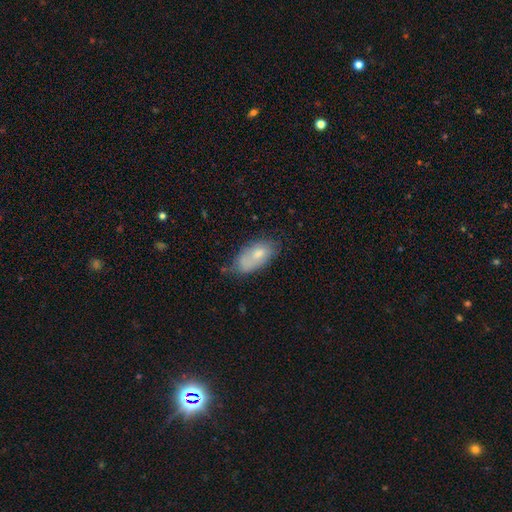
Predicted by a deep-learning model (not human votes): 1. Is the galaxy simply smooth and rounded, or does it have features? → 67% smooth, 25% featured or disk, 8% star or artifact.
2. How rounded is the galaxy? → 92% in between, 5% cigar-shaped, 3% round.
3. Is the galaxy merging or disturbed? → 51% none, 34% minor disturbance, 10% major disturbance, 6% merger.